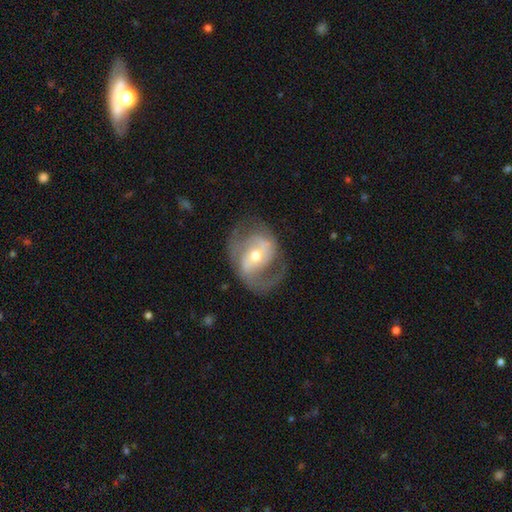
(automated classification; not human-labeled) Overall: featured or disk (83%). Edge-on disk: no (96%). Bar: weak (39%; strong 35%). Spiral arms: yes (89%). Spiral arm count: 2 (80%). Spiral winding: medium (50%; loose 30%). Bulge size: moderate (52%; small 43%). Merging: none (65%).